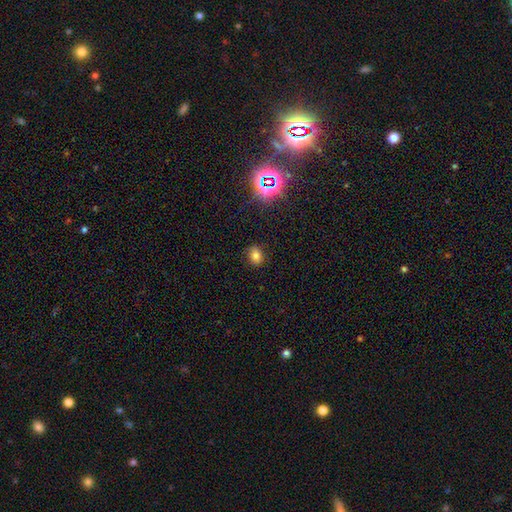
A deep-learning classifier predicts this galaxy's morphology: Smooth or featured? smooth (75%)
How rounded? in between (51%)
Merging? none (87%)